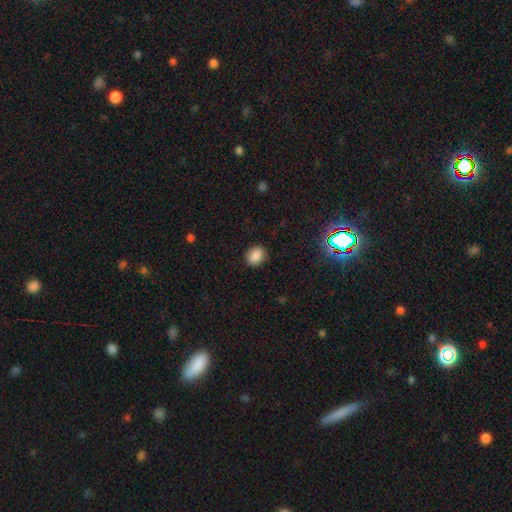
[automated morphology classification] Smooth or featured?
  - smooth: 86% *
  - star or artifact: 10%
  - featured or disk: 4%
How rounded?
  - round: 51% *
  - in between: 48%
  - cigar-shaped: 1%
Merging?
  - none: 88% *
  - minor disturbance: 9%
  - major disturbance: 3%
  - merger: 1%